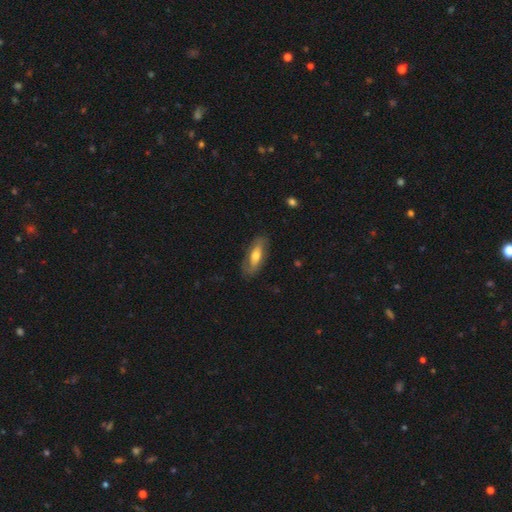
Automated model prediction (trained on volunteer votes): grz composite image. It shows a smooth galaxy with no disk features (51%) that is in between round and cigar-shaped (73%). Merging: none (77%).